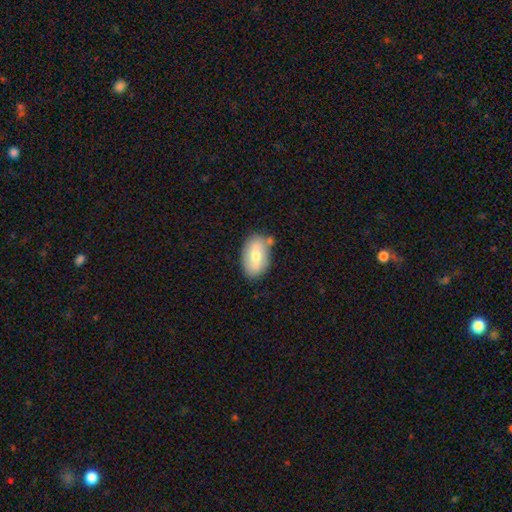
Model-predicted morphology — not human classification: smooth-or-featured: smooth: 64% | featured or disk: 29% | star or artifact: 7%
  how-rounded: in between: 91% | round: 7% | cigar-shaped: 2%
  merging: none: 76% | minor disturbance: 15% | merger: 6% | major disturbance: 3%